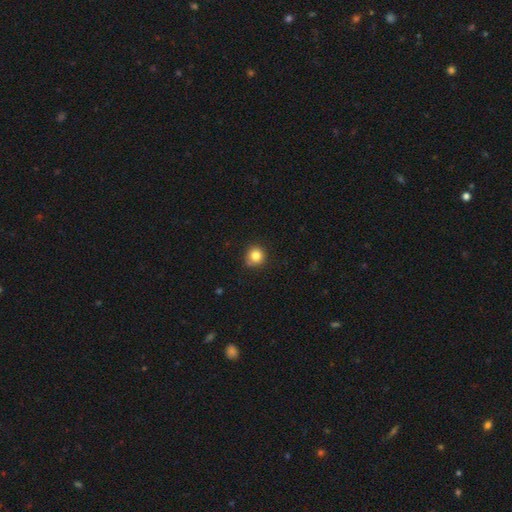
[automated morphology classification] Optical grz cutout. It shows a smooth galaxy with no disk features (83%) that is round (91%). Merging: none (82%).